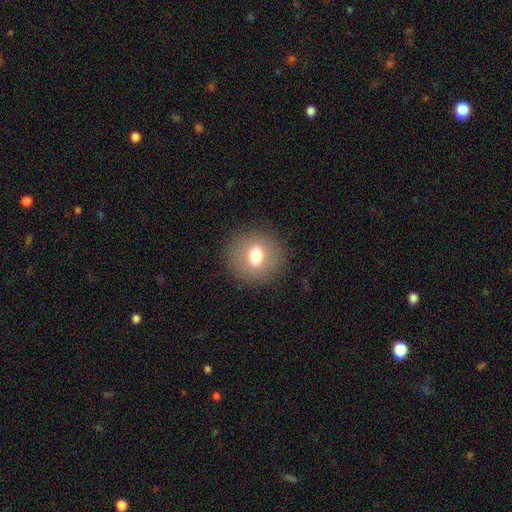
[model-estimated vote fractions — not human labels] smooth 69%, featured or disk 20%, star or artifact 11%. Down the decision tree: how rounded — round (78%); merging — none (87%).